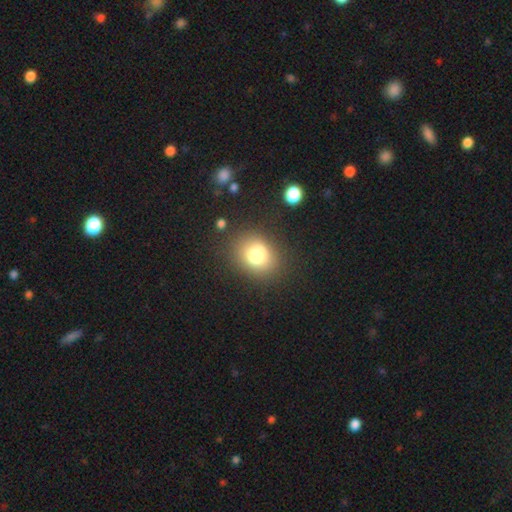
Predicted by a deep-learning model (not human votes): Q: Smooth or featured?
A: smooth (73%); runner-up: featured or disk (14%)
Q: How rounded?
A: round (65%); runner-up: in between (34%)
Q: Merging?
A: none (69%); runner-up: minor disturbance (16%)